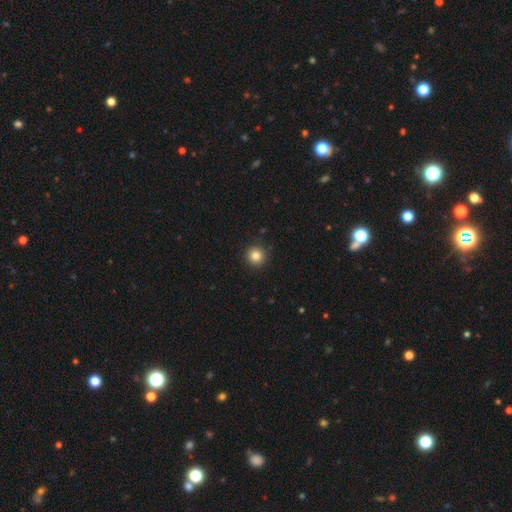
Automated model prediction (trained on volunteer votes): Morphology: type=smooth (83%); roundness=round (95%); merging=none (92%).